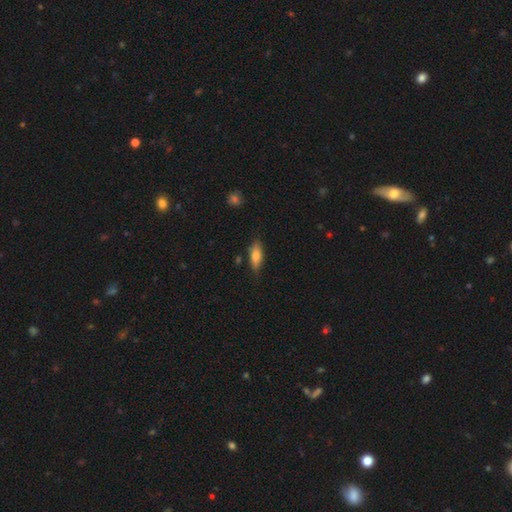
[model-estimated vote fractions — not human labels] Smooth or featured: smooth — 70% (featured or disk — 23%)
How rounded: in between — 64% (cigar-shaped — 34%)
Merging: none — 77% (minor disturbance — 17%)